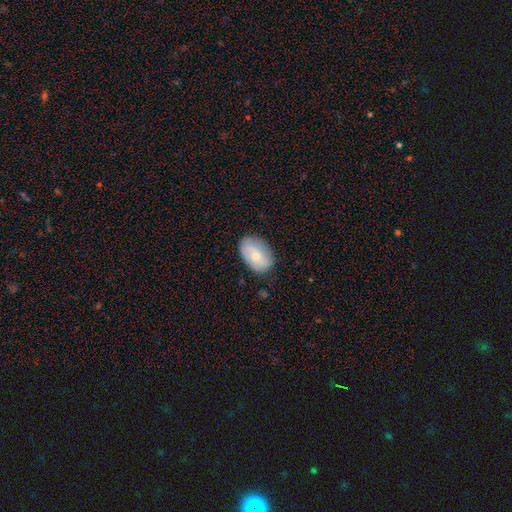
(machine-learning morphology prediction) Smooth or featured: smooth — 60% (featured or disk — 34%)
How rounded: in between — 86% (round — 13%)
Merging: none — 78% (minor disturbance — 17%)